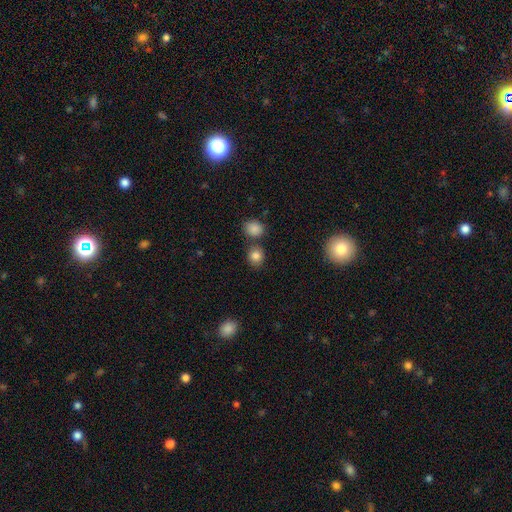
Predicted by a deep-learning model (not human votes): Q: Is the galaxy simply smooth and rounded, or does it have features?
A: smooth — 84%.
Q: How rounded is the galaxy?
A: round — 80%.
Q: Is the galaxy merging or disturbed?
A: none — 71%.